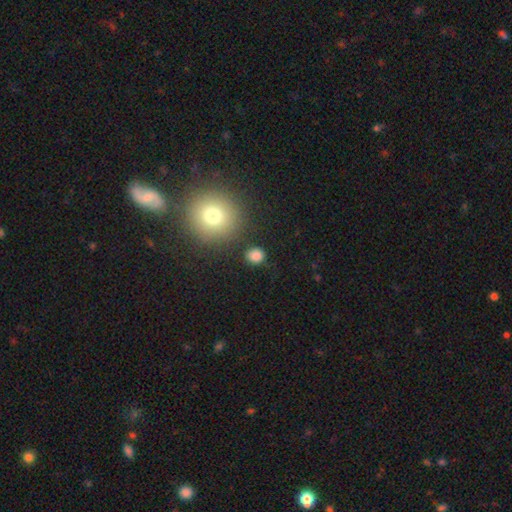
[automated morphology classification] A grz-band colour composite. It shows a smooth galaxy with no disk features (84%) that is round (81%). Merging: none (83%).